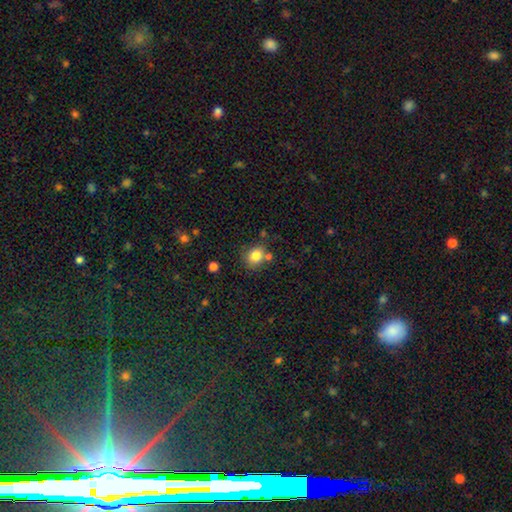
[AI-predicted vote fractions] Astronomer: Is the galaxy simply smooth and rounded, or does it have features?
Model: smooth — 81%.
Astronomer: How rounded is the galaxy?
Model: round — 71%.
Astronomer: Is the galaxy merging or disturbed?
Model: none — 67%.